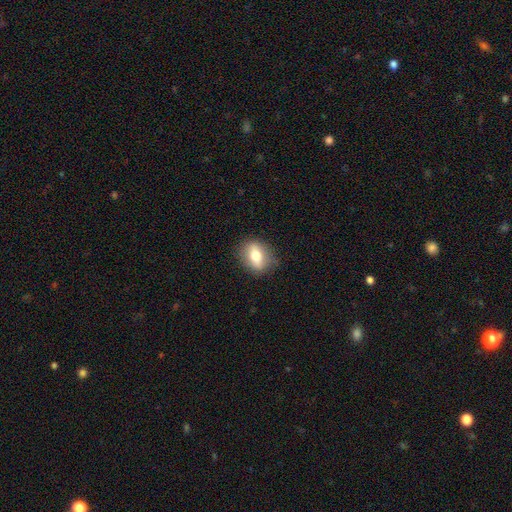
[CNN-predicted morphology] Q: Smooth or featured?
A: smooth (63%); runner-up: featured or disk (29%)
Q: How rounded?
A: in between (61%); runner-up: round (34%)
Q: Merging?
A: none (82%); runner-up: minor disturbance (13%)